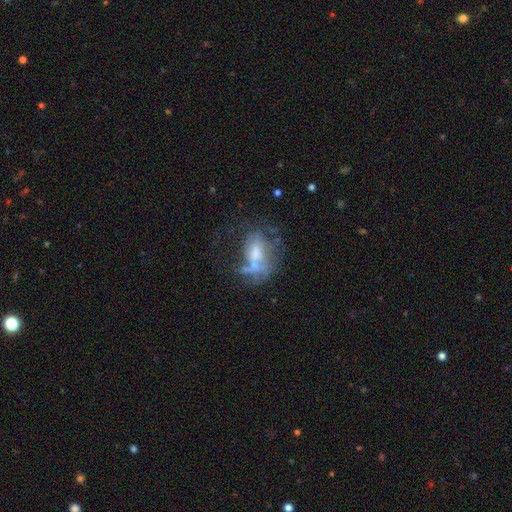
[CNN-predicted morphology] The model was most divided on "merging": major disturbance: 34%, none: 27%, merger: 22%, minor disturbance: 16%. Remaining: edge-on disk — no (94%); spiral arms — no (72%); bar — no (65%); smooth or featured — featured or disk (55%); bulge size — moderate (43%).